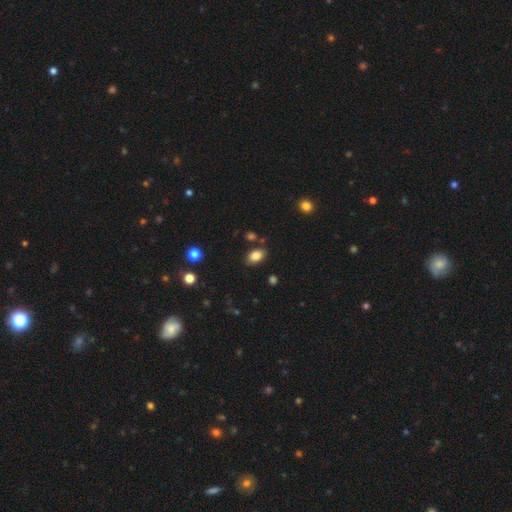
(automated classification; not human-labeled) The model was most divided on "merging": none: 82%, minor disturbance: 11%, merger: 4%, major disturbance: 3%. More confident: how rounded — in between (87%); smooth or featured — smooth (85%).